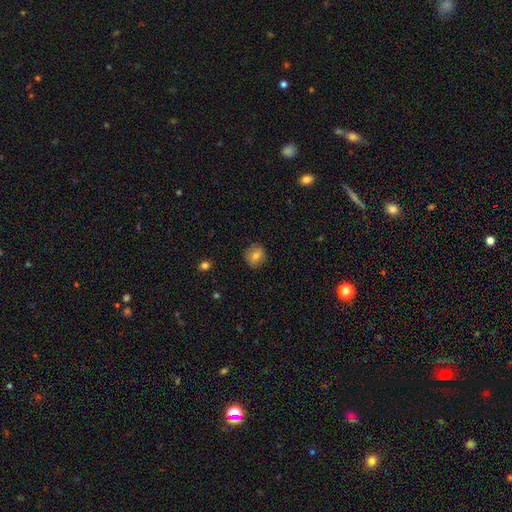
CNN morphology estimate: Smooth or featured? Predicted: smooth (p=0.75). How rounded? Predicted: round (p=0.80). Merging? Predicted: none (p=0.86).